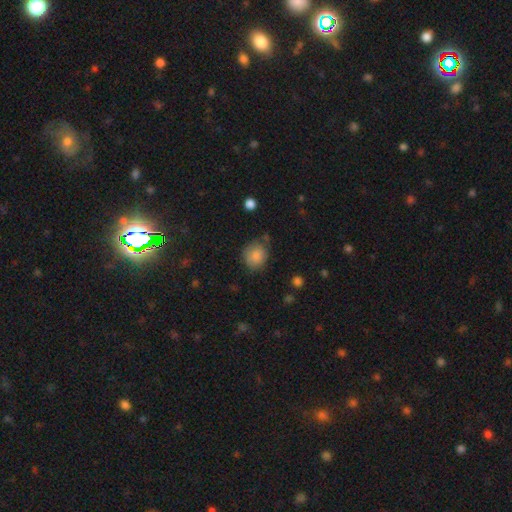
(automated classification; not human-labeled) Morphology: type=smooth (85%); roundness=round (74%); merging=none (69%).